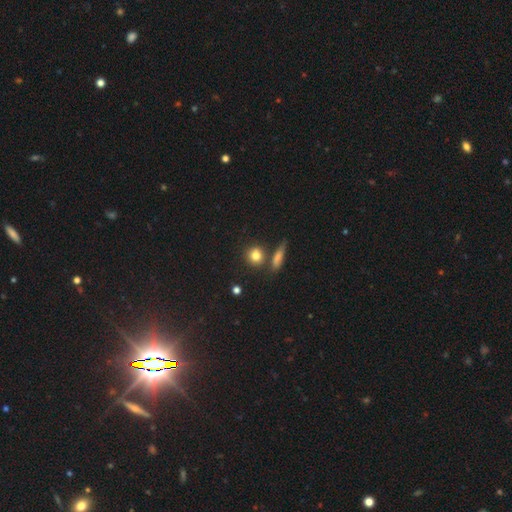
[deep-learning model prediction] Smooth or featured? smooth (79%)
How rounded? round (79%)
Merging? none (71%)